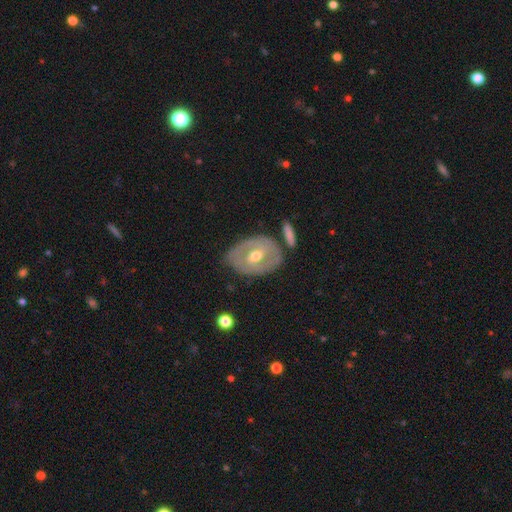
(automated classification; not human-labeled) This is likely a featured or disk galaxy (69%). It is clearly not viewed edge-on (93%). Bar: marginally weak (41%). Spiral arm pattern: possibly no (52%). Central bulge: likely moderate (71%). Merging: likely none (71%).